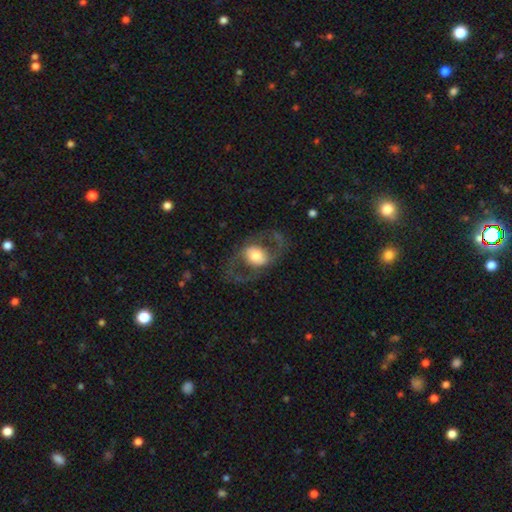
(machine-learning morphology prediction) A featured or disk galaxy (64%) with no bar (57%), spiral arms (53%) and a moderate central bulge (47%).

Vote fractions:
- Smooth or featured? featured or disk: 64% / smooth: 29% / star or artifact: 6%
- Edge-on disk? no: 92% / yes: 8%
- Bar? no: 57% / weak: 27% / strong: 16%
- Spiral arms? yes: 53% / no: 47%
- Bulge size? moderate: 47% / large: 38% / small: 8% / dominant: 6% / none: 1%
- Merging? none: 70% / major disturbance: 17% / minor disturbance: 12% / merger: 1%